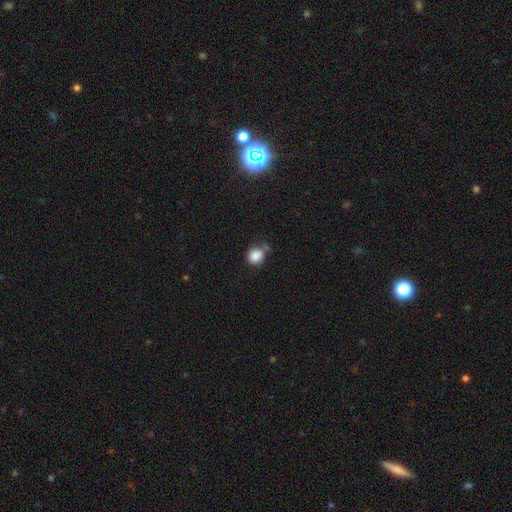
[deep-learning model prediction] A smooth galaxy with no disk features (86%) that is round (76%). Merging: none (56%).